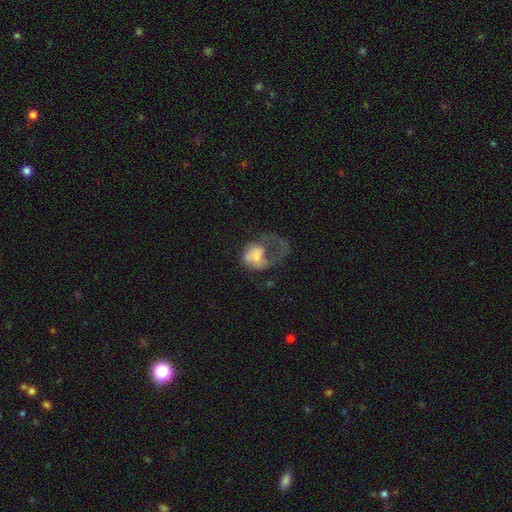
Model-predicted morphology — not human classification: smooth_or_featured: smooth (p=0.50) [alt: featured or disk p=0.41]
how_rounded: in between (p=0.55) [alt: round p=0.44]
merging: major disturbance (p=0.68) [alt: none p=0.14]